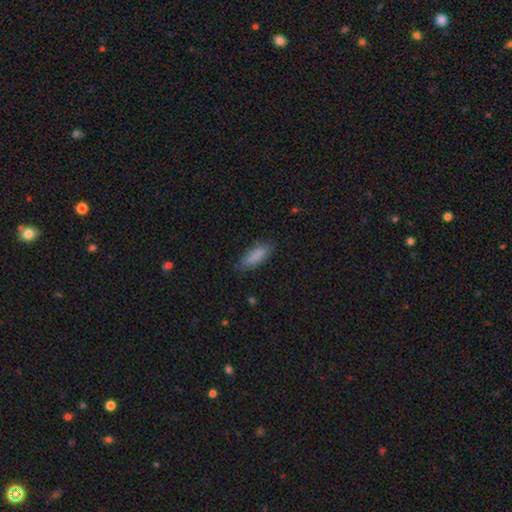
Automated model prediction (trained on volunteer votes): The model was most divided on "how rounded": in between: 66%, cigar-shaped: 32%, round: 2%. More confident: smooth or featured — smooth (86%); merging — none (80%).